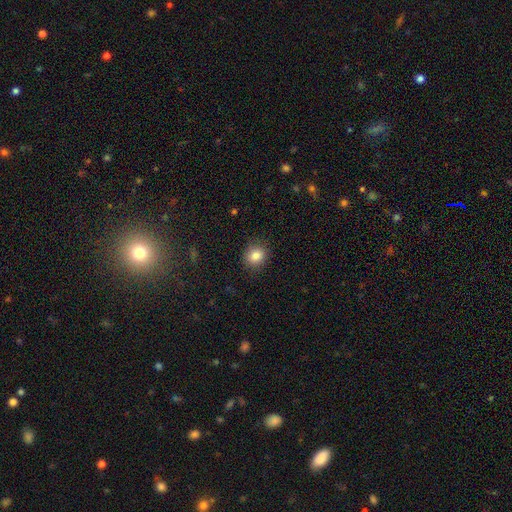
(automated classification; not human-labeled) This is clearly a smooth galaxy (84%). How rounded: likely round (70%). Merging: clearly none (87%).